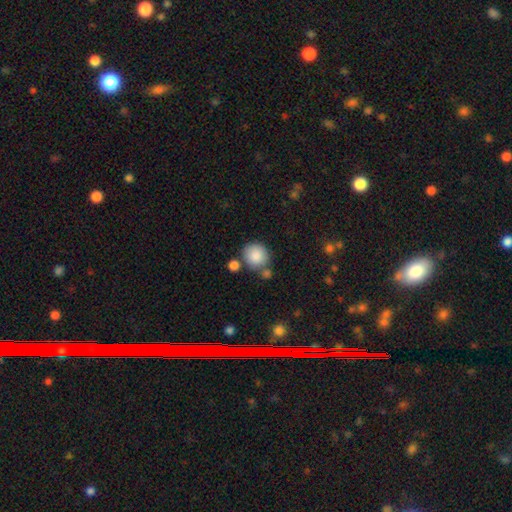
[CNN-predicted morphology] This is clearly a smooth galaxy (87%). How rounded: clearly round (87%). Merging: likely none (67%).